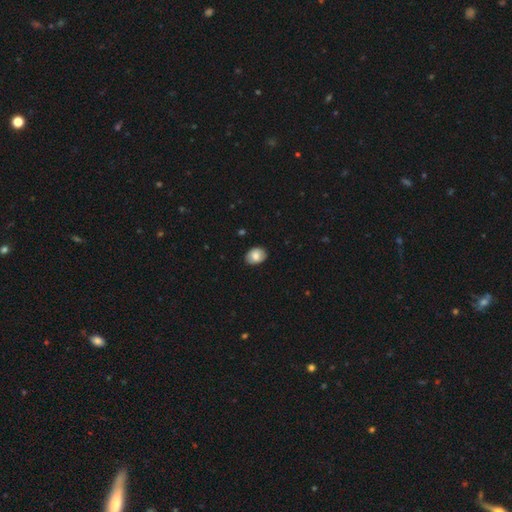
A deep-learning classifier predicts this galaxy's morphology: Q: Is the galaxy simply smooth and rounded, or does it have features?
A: smooth — 81%.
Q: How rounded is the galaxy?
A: in between — 70%.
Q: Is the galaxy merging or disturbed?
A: none — 86%.